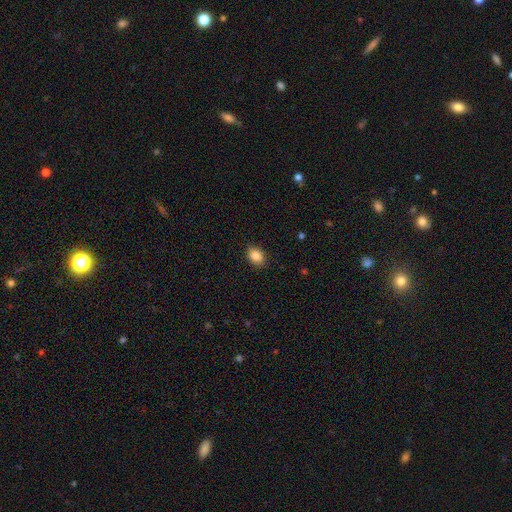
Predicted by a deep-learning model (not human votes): Smooth or featured? Predicted: smooth (p=0.87). How rounded? Predicted: in between (p=0.74). Merging? Predicted: none (p=0.88).